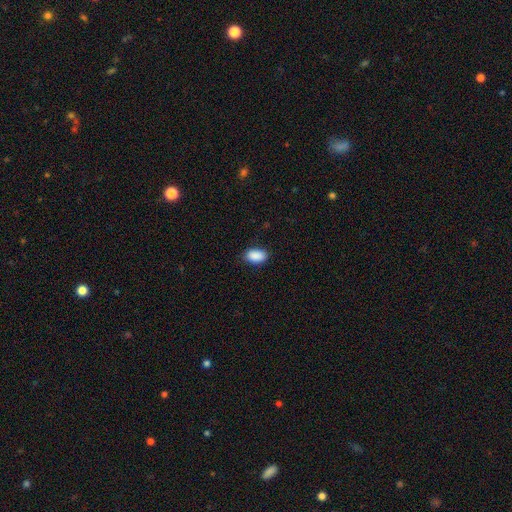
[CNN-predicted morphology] The model was most divided on "merging": none: 84%, minor disturbance: 12%, major disturbance: 3%, merger: 1%. More confident: how rounded — in between (93%); smooth or featured — smooth (90%).